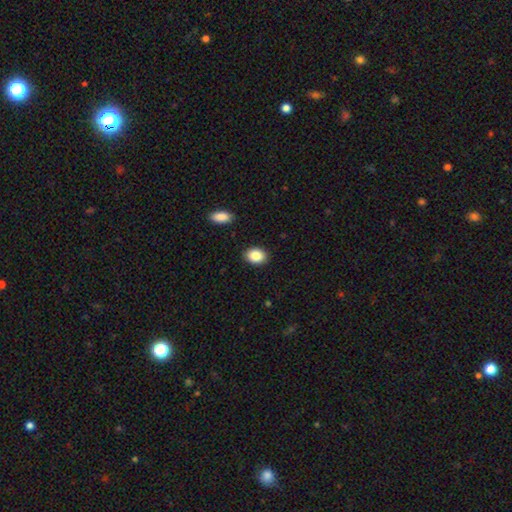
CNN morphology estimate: Q: Smooth or featured?
A: smooth (85%); runner-up: star or artifact (8%)
Q: How rounded?
A: in between (71%); runner-up: round (28%)
Q: Merging?
A: none (89%); runner-up: minor disturbance (8%)